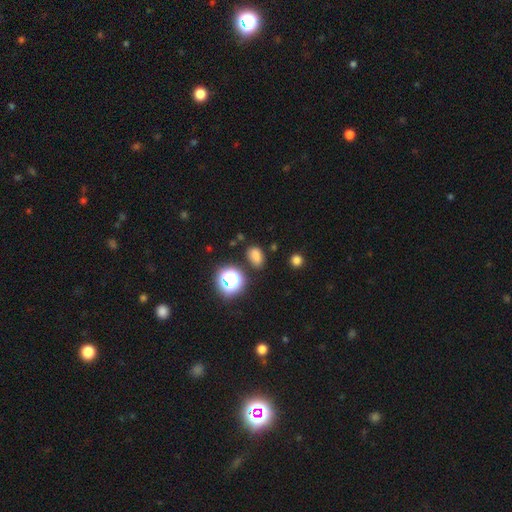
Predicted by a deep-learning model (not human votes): smooth-or-featured: smooth: 73% | star or artifact: 21% | featured or disk: 6%
  how-rounded: in between: 76% | round: 23% | cigar-shaped: 2%
  merging: none: 80% | minor disturbance: 12% | merger: 4% | major disturbance: 4%